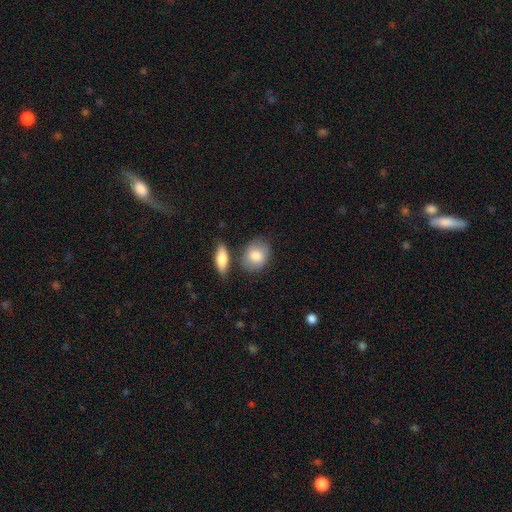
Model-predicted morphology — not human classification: A smooth galaxy with no disk features (83%) that is in between round and cigar-shaped (51%).

Vote fractions:
- Smooth or featured? smooth: 83% / featured or disk: 11% / star or artifact: 6%
- How rounded? in between: 51% / round: 46% / cigar-shaped: 2%
- Merging? none: 70% / minor disturbance: 15% / merger: 11% / major disturbance: 4%